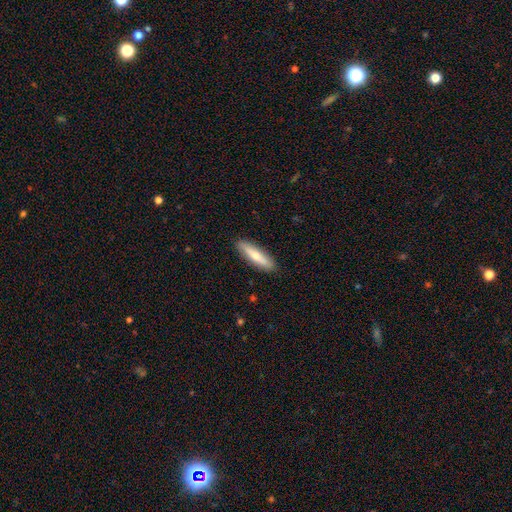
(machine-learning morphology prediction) The model was most divided on "smooth or featured": smooth: 60%, featured or disk: 34%, star or artifact: 6%. More confident: merging — none (89%); how rounded — cigar-shaped (75%).